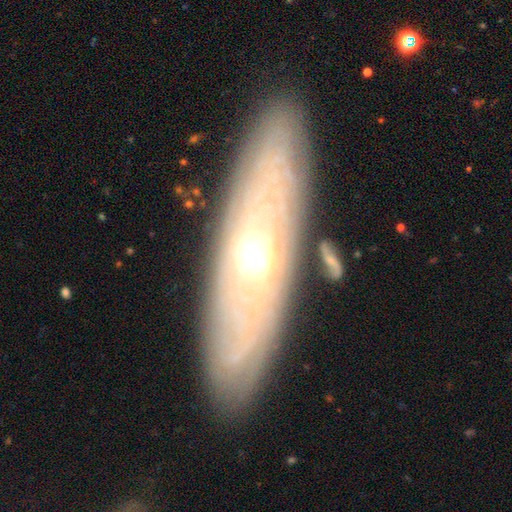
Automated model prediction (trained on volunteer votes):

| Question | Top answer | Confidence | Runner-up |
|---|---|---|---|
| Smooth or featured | featured or disk | 75% | smooth (18%) |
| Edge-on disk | no | 65% | yes (35%) |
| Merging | none | 86% | minor disturbance (9%) |